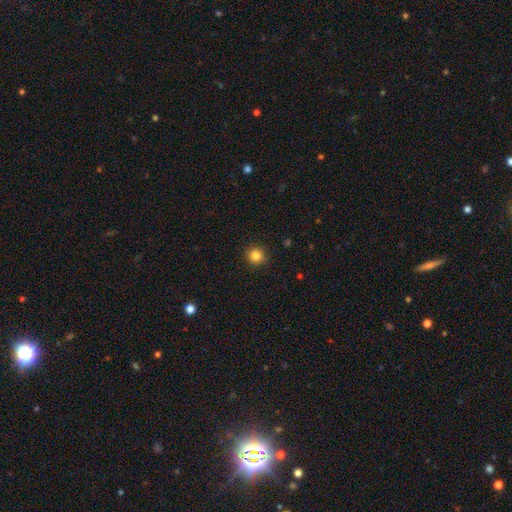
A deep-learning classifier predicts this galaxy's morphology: A smooth galaxy with no disk features (84%) that is round (94%).

Vote fractions:
- Smooth or featured? smooth: 84% / star or artifact: 11% / featured or disk: 4%
- How rounded? round: 94% / in between: 5% / cigar-shaped: 1%
- Merging? none: 92% / minor disturbance: 5% / major disturbance: 2% / merger: 1%